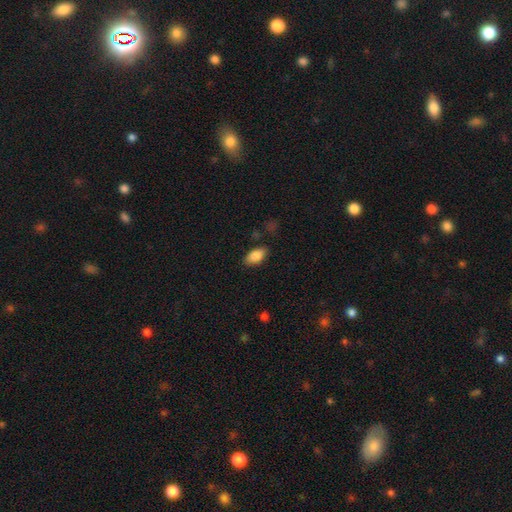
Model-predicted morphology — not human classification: smooth_or_featured: smooth (p=0.86) [alt: star or artifact p=0.07]
how_rounded: in between (p=0.92) [alt: cigar-shaped p=0.04]
merging: none (p=0.84) [alt: minor disturbance p=0.11]